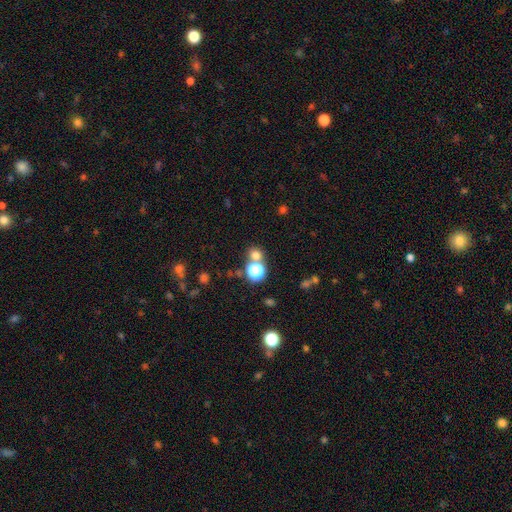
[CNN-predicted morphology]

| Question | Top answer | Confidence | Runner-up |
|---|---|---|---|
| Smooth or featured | smooth | 66% | star or artifact (27%) |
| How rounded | round | 84% | in between (15%) |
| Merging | none | 67% | merger (22%) |